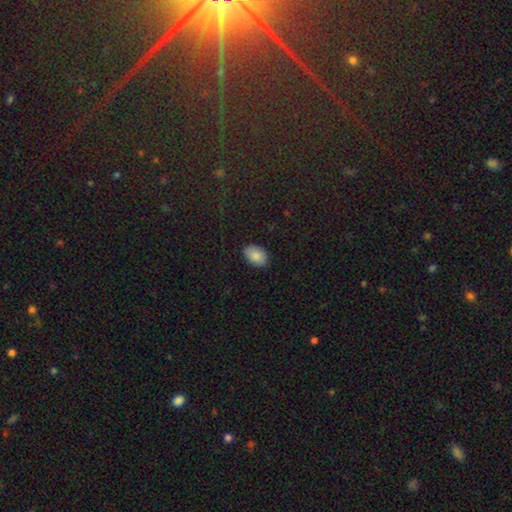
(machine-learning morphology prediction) This appears to be a smooth galaxy with no disk features (87%) that is in between round and cigar-shaped (88%). Merging: none (85%).